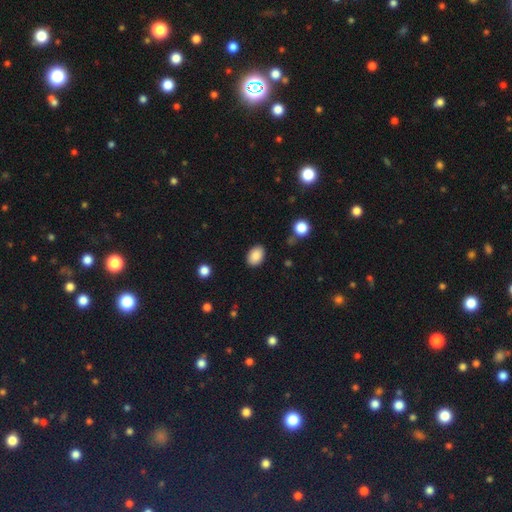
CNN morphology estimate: smooth 88%, star or artifact 8%, featured or disk 4%. Down the decision tree: how rounded — in between (83%); merging — none (87%).